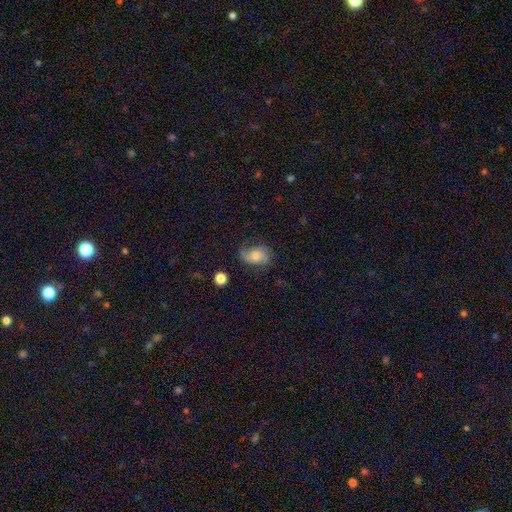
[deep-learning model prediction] A featured or disk galaxy (64%) with no bar (72%), 2 (60%) medium (41%, tied with loose) spiral arms (92%) and a moderate central bulge (43%). Merging: none (62%).